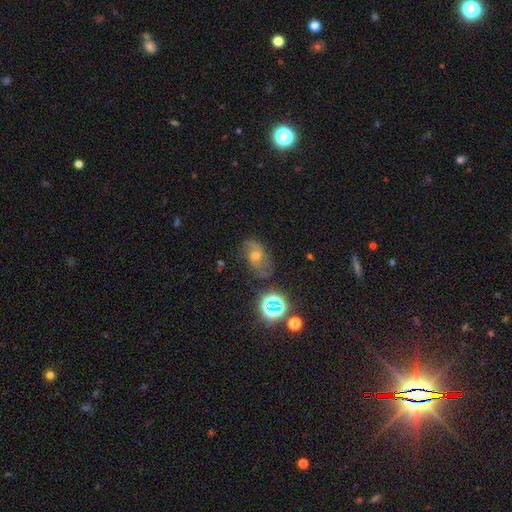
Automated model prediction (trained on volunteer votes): Smooth or featured?
  - featured or disk: 50% *
  - star or artifact: 26%
  - smooth: 24%
Merging?
  - none: 71% *
  - minor disturbance: 19%
  - major disturbance: 8%
  - merger: 3%